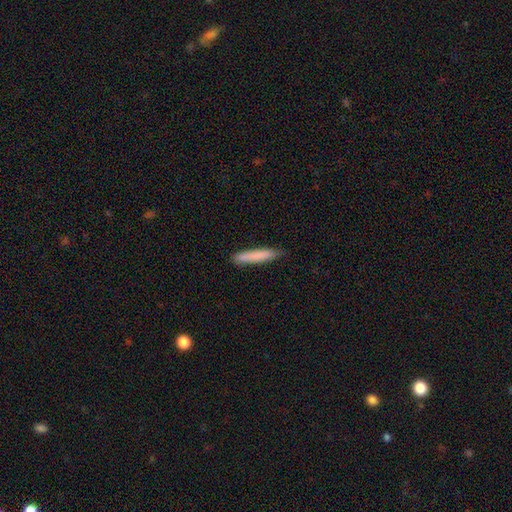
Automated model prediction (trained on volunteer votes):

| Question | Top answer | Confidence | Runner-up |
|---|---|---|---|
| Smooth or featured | smooth | 82% | featured or disk (12%) |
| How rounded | cigar-shaped | 92% | in between (7%) |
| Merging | none | 86% | minor disturbance (11%) |